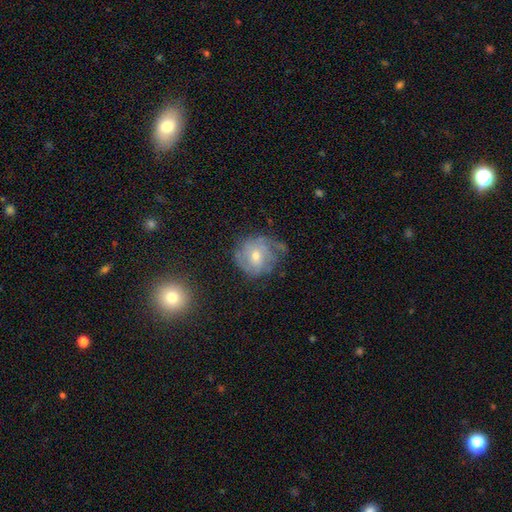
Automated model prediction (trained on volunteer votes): Morphology: type=featured or disk (61%); edge-on=no (97%); bar=no (64%); spiral arms=yes (79%); bulge=moderate (52%); merging=none (56%).